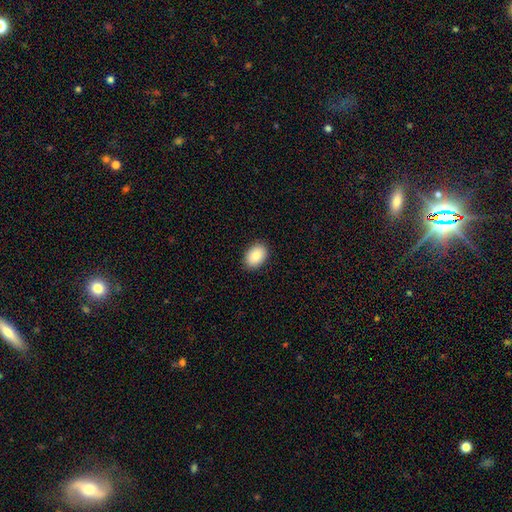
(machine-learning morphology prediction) Smooth or featured? Predicted: smooth (p=0.89). How rounded? Predicted: in between (p=0.86). Merging? Predicted: none (p=0.89).